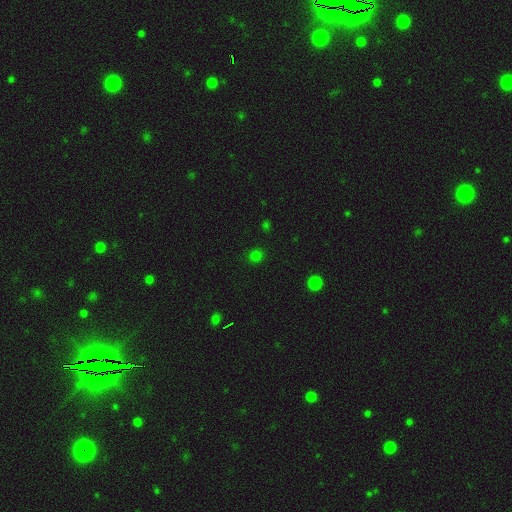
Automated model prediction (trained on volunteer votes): A smooth galaxy with no disk features (74%) that is round (89%). Merging: none (90%).